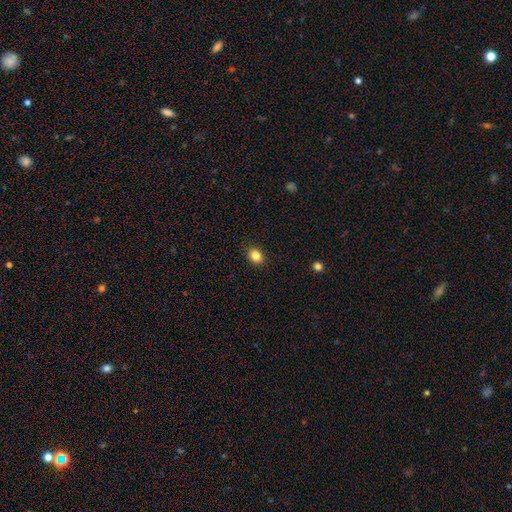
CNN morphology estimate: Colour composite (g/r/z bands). It shows a smooth galaxy with no disk features (84%) that is round (53%). Merging: none (90%).